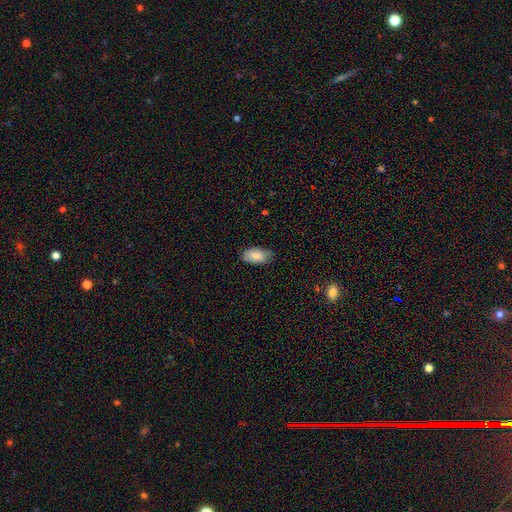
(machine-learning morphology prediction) Smooth or featured? Predicted: smooth (p=0.86). How rounded? Predicted: in between (p=0.94). Merging? Predicted: none (p=0.73).